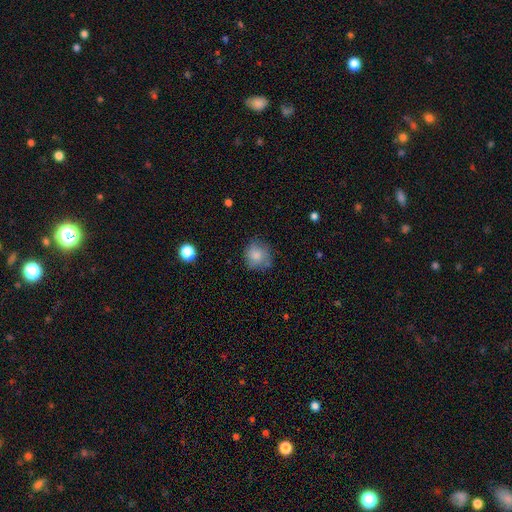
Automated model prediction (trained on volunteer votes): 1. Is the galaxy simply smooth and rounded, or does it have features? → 76% smooth, 13% featured or disk, 11% star or artifact.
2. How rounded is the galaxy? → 86% round, 13% in between, 1% cigar-shaped.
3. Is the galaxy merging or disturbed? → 72% none, 20% minor disturbance, 5% major disturbance, 2% merger.